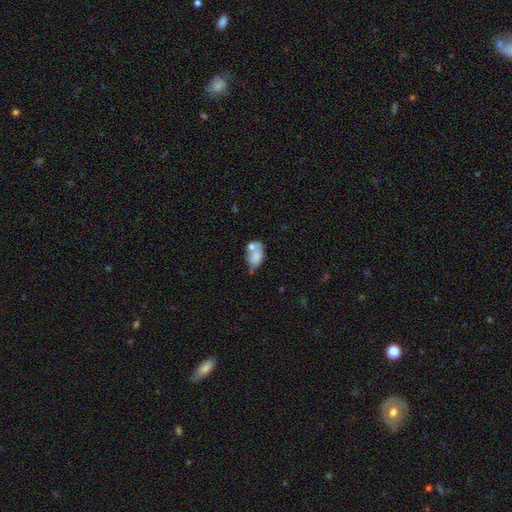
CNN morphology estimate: A smooth galaxy with no disk features (68%) that is in between round and cigar-shaped (87%). Merging: merger (40%).